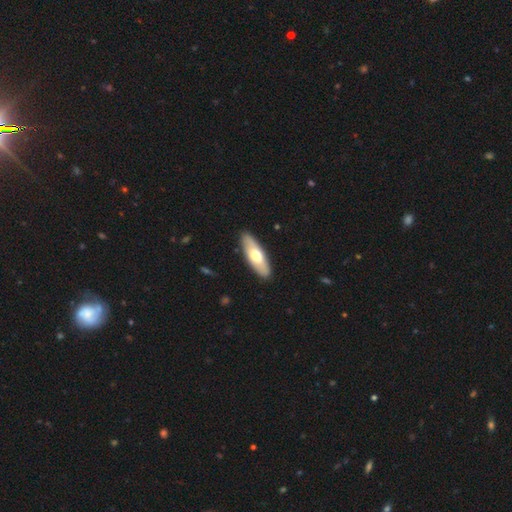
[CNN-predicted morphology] Smooth or featured? Predicted: smooth (p=0.58). How rounded? Predicted: in between (p=0.62). Merging? Predicted: none (p=0.90).